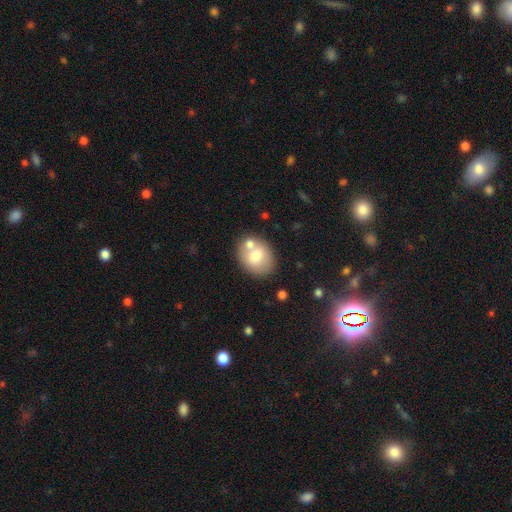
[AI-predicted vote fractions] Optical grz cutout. It shows a smooth galaxy with no disk features (72%) that is in between round and cigar-shaped (50%). Merging: none (61%).